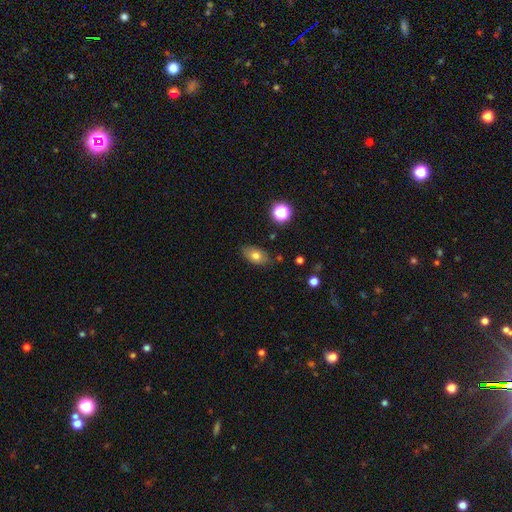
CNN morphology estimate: Smooth or featured: smooth — 75% (featured or disk — 15%)
How rounded: in between — 87% (round — 11%)
Merging: none — 82% (minor disturbance — 13%)